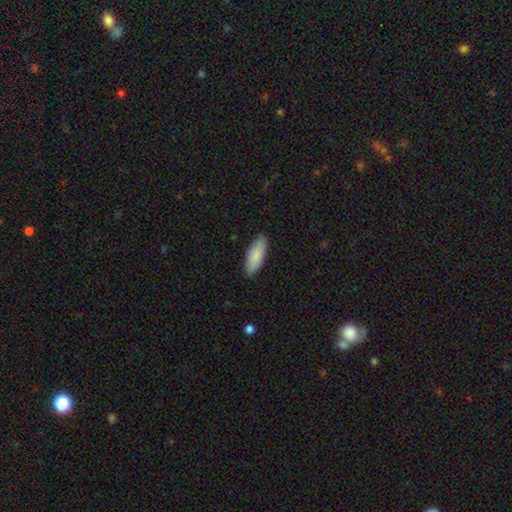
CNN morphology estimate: This appears to be a smooth galaxy with no disk features (87%) that is in between round and cigar-shaped (69%). Merging: none (89%).